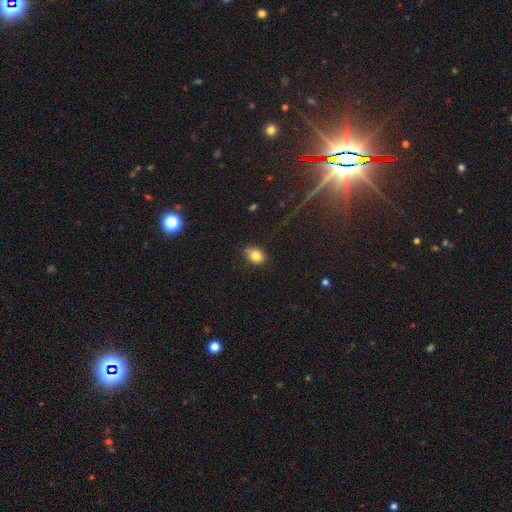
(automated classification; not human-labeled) Smooth or featured? Predicted: smooth (p=0.80). How rounded? Predicted: in between (p=0.52). Merging? Predicted: none (p=0.64).